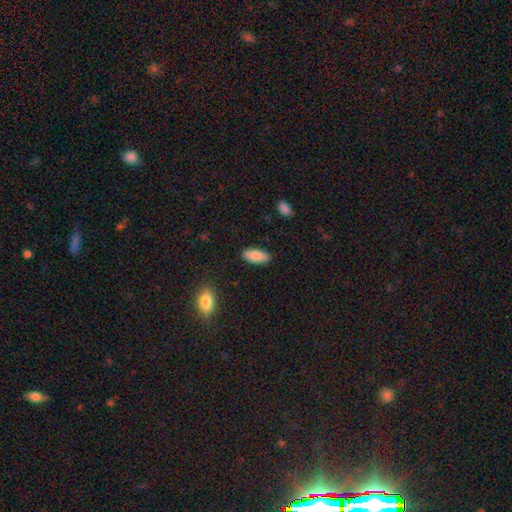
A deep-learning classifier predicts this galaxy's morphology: Smooth or featured? smooth (86%)
How rounded? in between (87%)
Merging? none (87%)